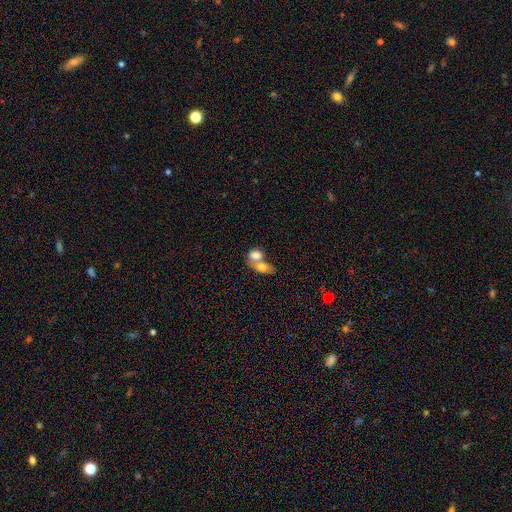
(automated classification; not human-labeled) This appears to be a smooth galaxy with no disk features (77%) that is in between round and cigar-shaped (73%). Merging: merger (74%).